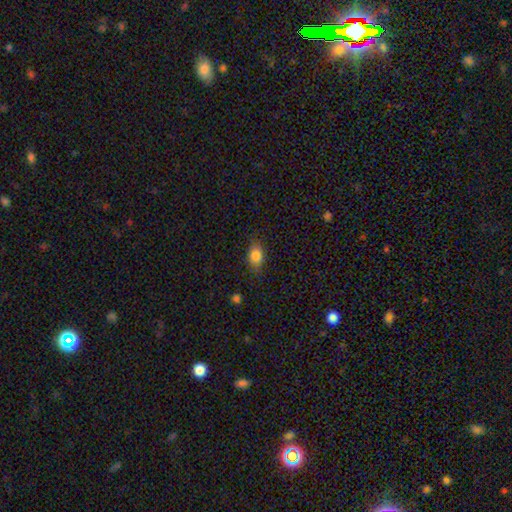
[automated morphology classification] The model was most divided on "how rounded": in between: 75%, round: 23%, cigar-shaped: 2%. More confident: smooth or featured — smooth (83%); merging — none (81%).